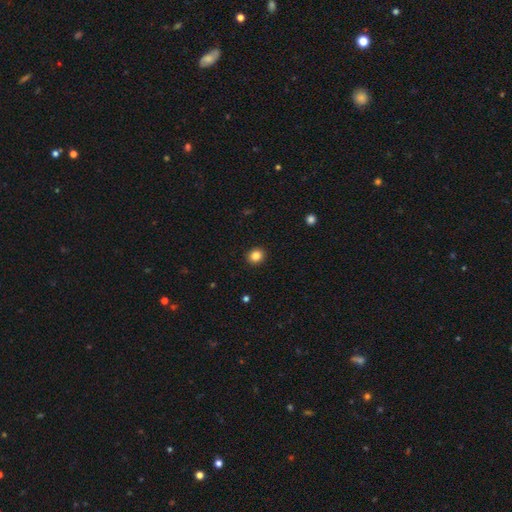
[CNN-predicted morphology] Q: Smooth or featured?
A: smooth (85%); runner-up: star or artifact (11%)
Q: How rounded?
A: round (75%); runner-up: in between (24%)
Q: Merging?
A: none (92%); runner-up: minor disturbance (6%)